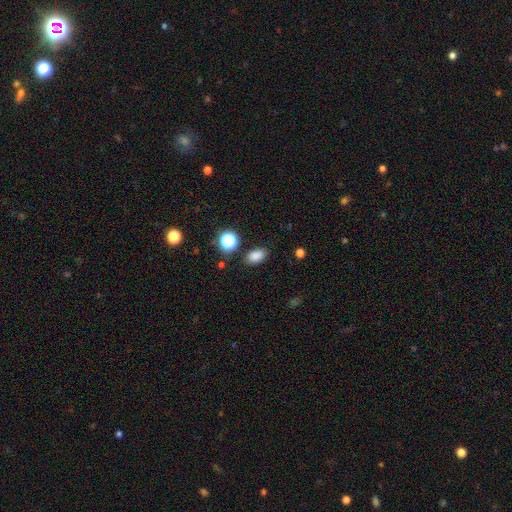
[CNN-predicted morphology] Smooth or featured: smooth — 83% (star or artifact — 12%)
How rounded: in between — 87% (round — 11%)
Merging: none — 85% (minor disturbance — 10%)